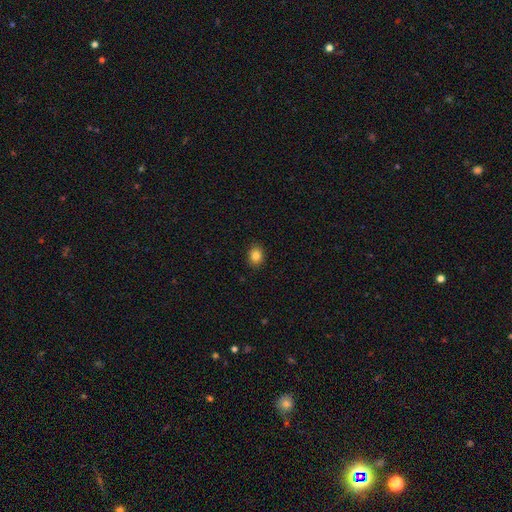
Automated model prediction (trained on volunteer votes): smooth-or-featured: smooth: 84% | star or artifact: 11% | featured or disk: 5%
  how-rounded: round: 52% | in between: 47% | cigar-shaped: 1%
  merging: none: 90% | minor disturbance: 7% | major disturbance: 2% | merger: 1%